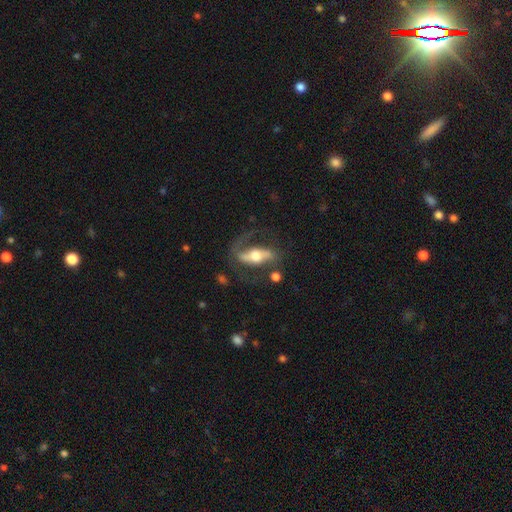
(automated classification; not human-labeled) This is likely a featured or disk galaxy (76%). It is likely not viewed edge-on (79%). Bar: possibly strong (57%). Spiral arm pattern: clearly yes (82%). Central bulge: likely moderate (62%). Merging: possibly none (59%).